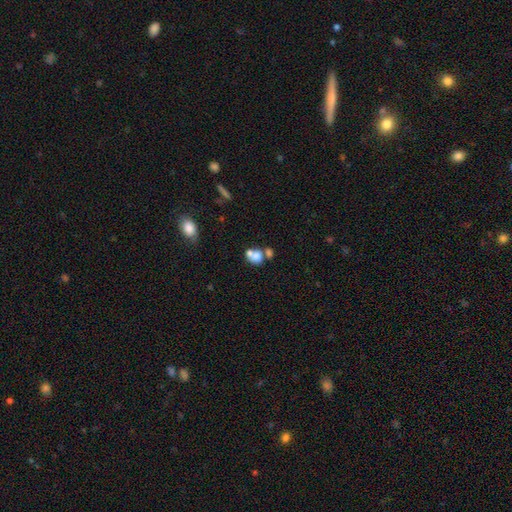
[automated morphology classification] Smooth or featured? Predicted: smooth (p=0.72). How rounded? Predicted: round (p=0.62). Merging? Predicted: merger (p=0.53).